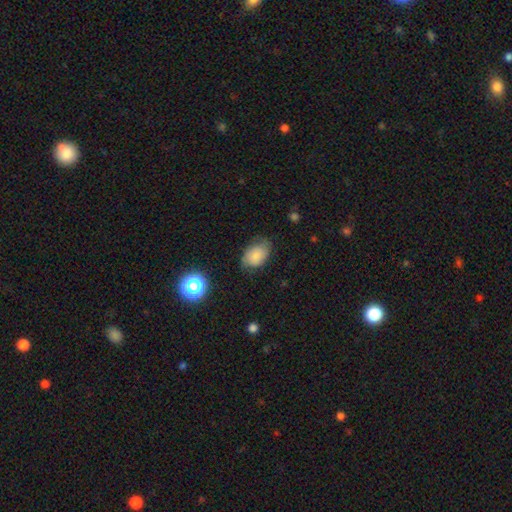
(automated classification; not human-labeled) A smooth galaxy with no disk features (77%) that is in between round and cigar-shaped (85%). Merging: none (63%).